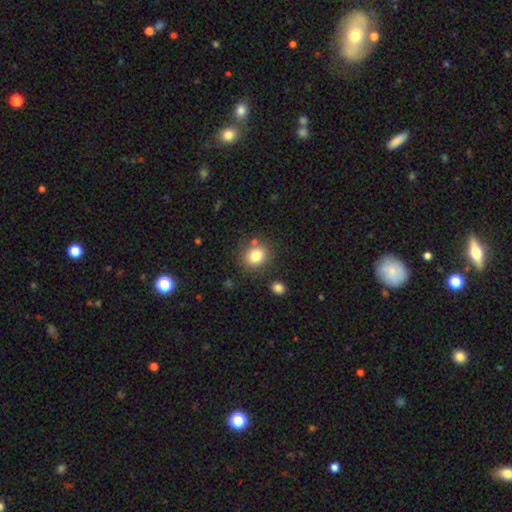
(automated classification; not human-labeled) smooth-or-featured: smooth: 81% | star or artifact: 11% | featured or disk: 8%
  how-rounded: round: 74% | in between: 25% | cigar-shaped: 1%
  merging: none: 79% | minor disturbance: 11% | merger: 7% | major disturbance: 4%